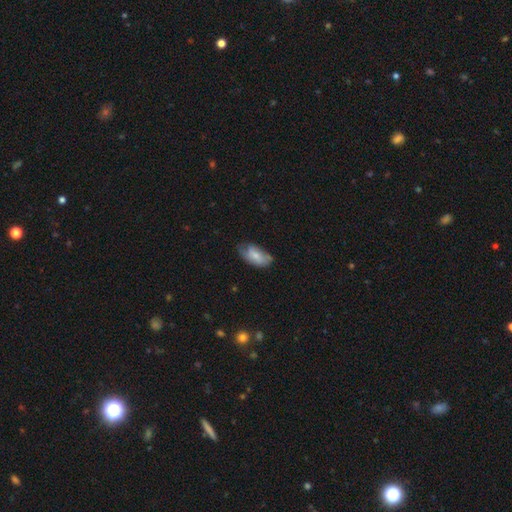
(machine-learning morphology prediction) The model was most divided on "merging": none: 49%, minor disturbance: 37%, major disturbance: 12%, merger: 2%. More confident: how rounded — in between (93%); smooth or featured — smooth (66%).